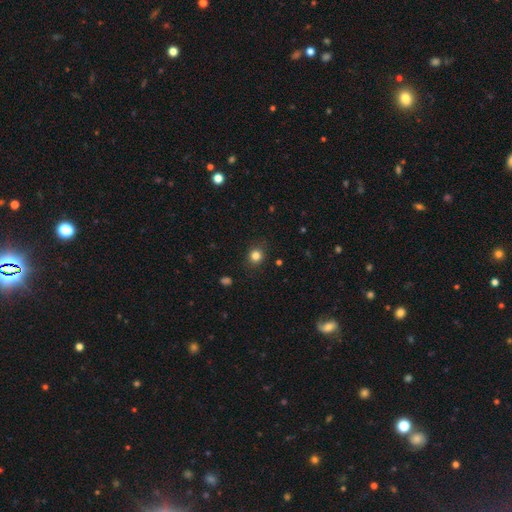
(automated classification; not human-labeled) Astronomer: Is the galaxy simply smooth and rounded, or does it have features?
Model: smooth — 82%.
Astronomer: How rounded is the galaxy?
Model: round — 84%.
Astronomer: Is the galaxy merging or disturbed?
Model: none — 87%.